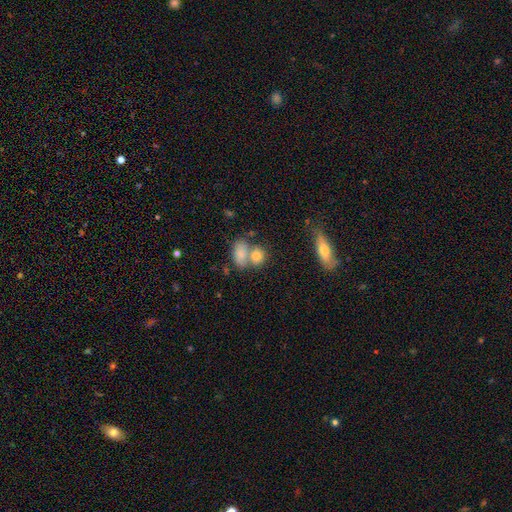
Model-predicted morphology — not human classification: Smooth or featured? smooth (48%)
Merging? none (47%)